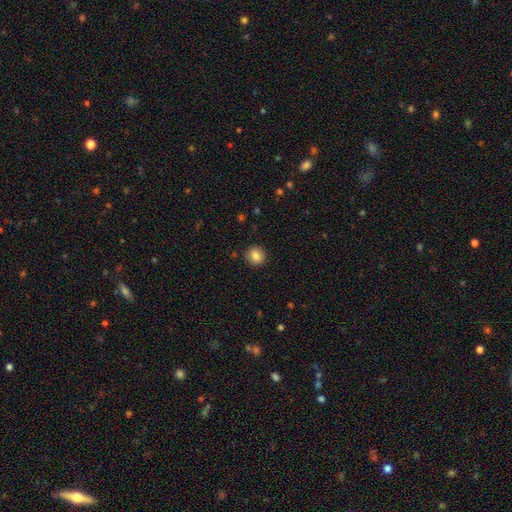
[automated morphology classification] Smooth or featured: smooth — 85% (star or artifact — 10%)
How rounded: round — 90% (in between — 9%)
Merging: none — 91% (minor disturbance — 6%)